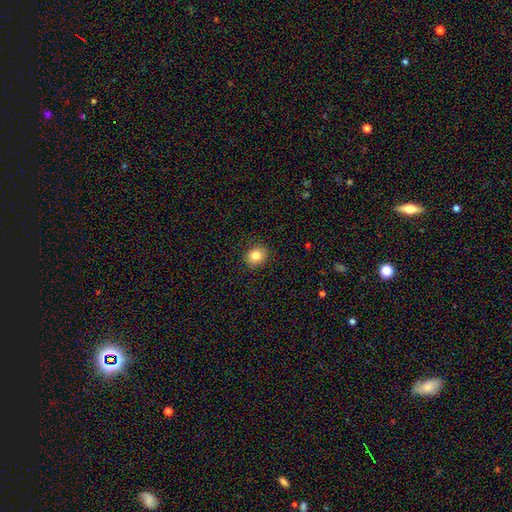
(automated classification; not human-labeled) A smooth galaxy with no disk features (83%) that is round (70%). Merging: none (90%).